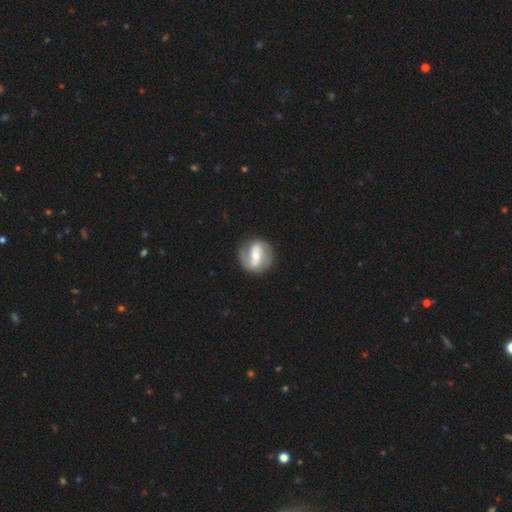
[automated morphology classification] The model was most divided on "spiral winding": medium: 41%, loose: 33%, tight: 26%. Remaining: edge-on disk — no (96%); spiral arms — yes (86%); spiral arm count — 2 (85%); merging — none (81%); smooth or featured — featured or disk (77%); bulge size — moderate (57%); bar — strong (47%).